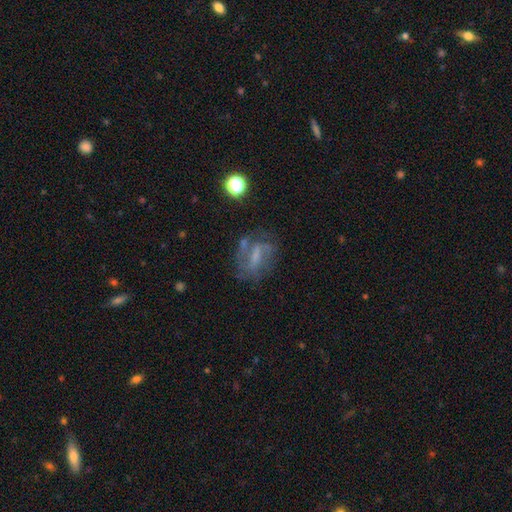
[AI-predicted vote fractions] smooth-or-featured: featured or disk: 60% | smooth: 27% | star or artifact: 13%
  disk-edge-on: no: 93% | yes: 7%
    bar: weak: 40% | strong: 35% | no: 25%
    has-spiral-arms: yes: 67% | no: 33%
    bulge-size: none: 44% | small: 28% | moderate: 22% | large: 5% | dominant: 1%
  merging: none: 51% | minor disturbance: 22% | major disturbance: 21% | merger: 7%